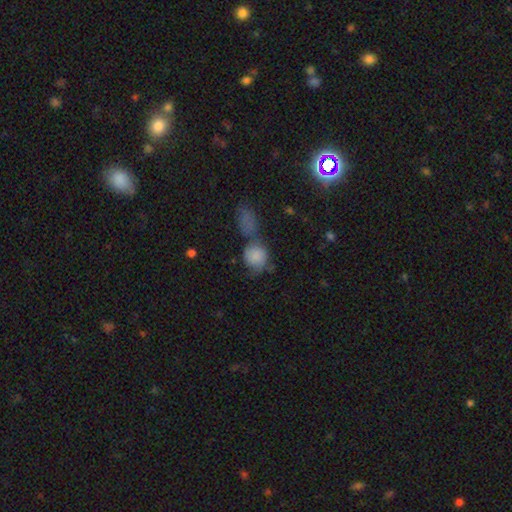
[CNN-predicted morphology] smooth-or-featured: smooth: 82% | featured or disk: 9% | star or artifact: 9%
  how-rounded: round: 75% | in between: 23% | cigar-shaped: 2%
  merging: merger: 41% | none: 33% | minor disturbance: 15% | major disturbance: 11%